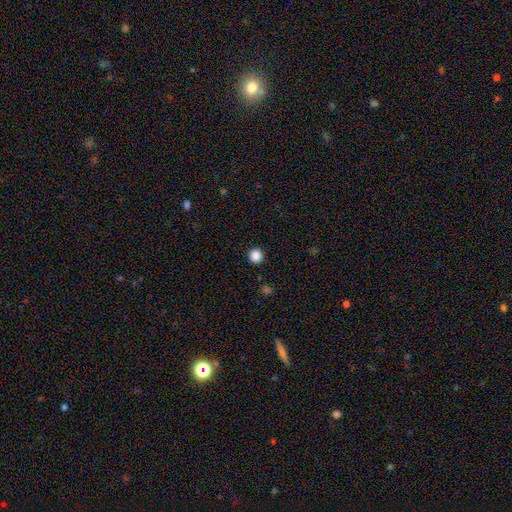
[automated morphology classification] A smooth galaxy with no disk features (87%) that is round (96%).

Vote fractions:
- Smooth or featured? smooth: 87% / star or artifact: 11% / featured or disk: 3%
- How rounded? round: 96% / in between: 3% / cigar-shaped: 1%
- Merging? none: 93% / minor disturbance: 4% / major disturbance: 2% / merger: 1%